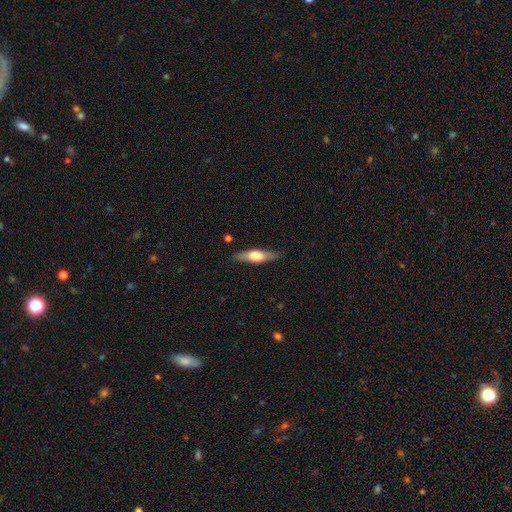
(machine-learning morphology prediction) type=featured or disk (51%); edge-on=yes (92%); merging=none (86%).